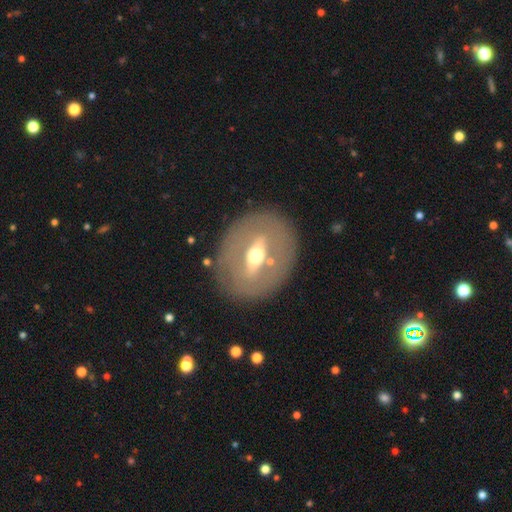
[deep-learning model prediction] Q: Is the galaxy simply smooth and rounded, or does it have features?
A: featured or disk — 68%.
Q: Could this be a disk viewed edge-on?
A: no — 78%.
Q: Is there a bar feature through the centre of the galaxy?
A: strong — 55%.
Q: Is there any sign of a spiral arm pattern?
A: no — 88%.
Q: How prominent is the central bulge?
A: moderate — 69%.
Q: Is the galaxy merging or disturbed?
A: none — 82%.